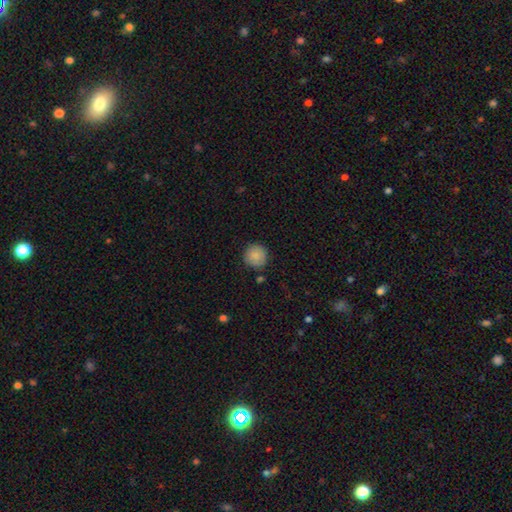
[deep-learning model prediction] Smooth or featured? Predicted: smooth (p=0.86). How rounded? Predicted: round (p=0.94). Merging? Predicted: none (p=0.84).